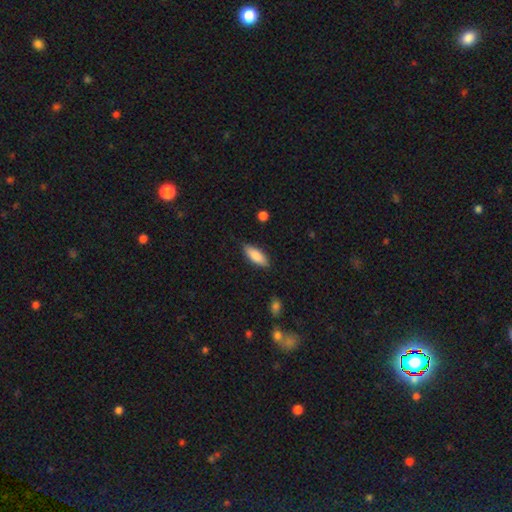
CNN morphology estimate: smooth 85%, featured or disk 9%, star or artifact 6%. Down the decision tree: how rounded — in between (71%); merging — none (85%).